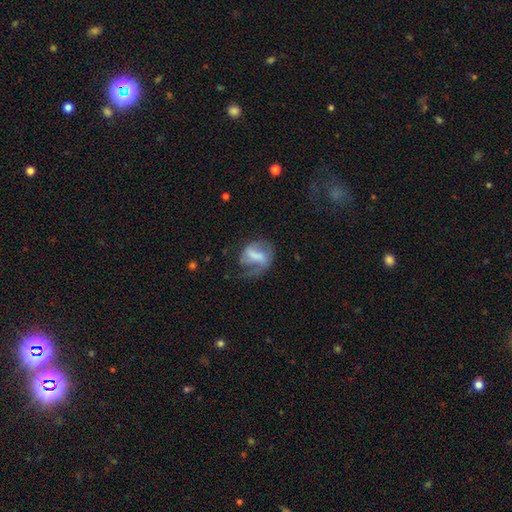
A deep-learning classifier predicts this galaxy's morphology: Overall: featured or disk (58%; smooth 34%). Edge-on disk: no (97%). Bar: strong (42%; weak 37%). Spiral arms: yes (72%). Bulge size: none (41%; moderate 22%). Merging: major disturbance (36%, tied with none).